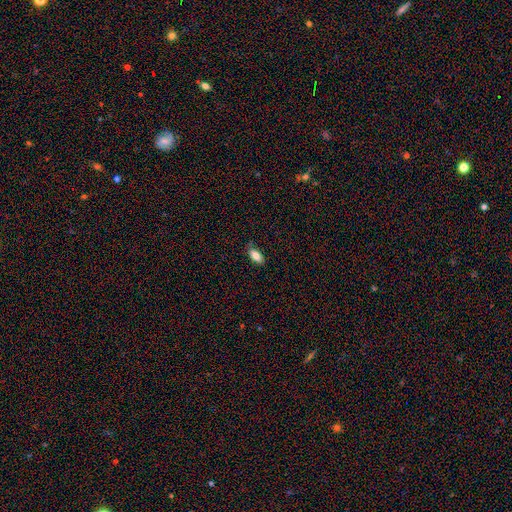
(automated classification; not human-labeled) smooth 82%, featured or disk 10%, star or artifact 8%. Down the decision tree: how rounded — in between (85%); merging — none (81%).